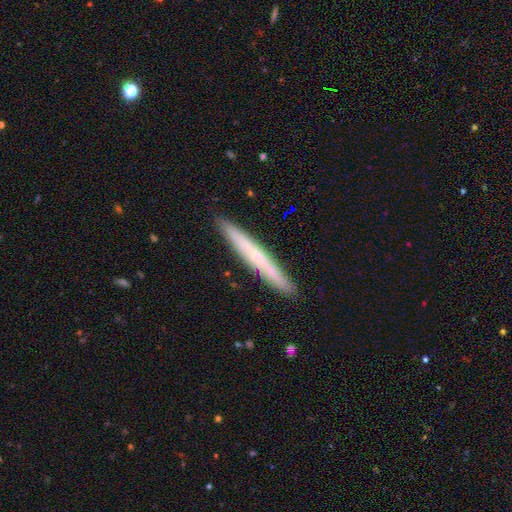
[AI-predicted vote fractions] smooth-or-featured: featured or disk: 48% | smooth: 46% | star or artifact: 6%
  merging: none: 91% | minor disturbance: 7% | major disturbance: 1% | merger: 1%